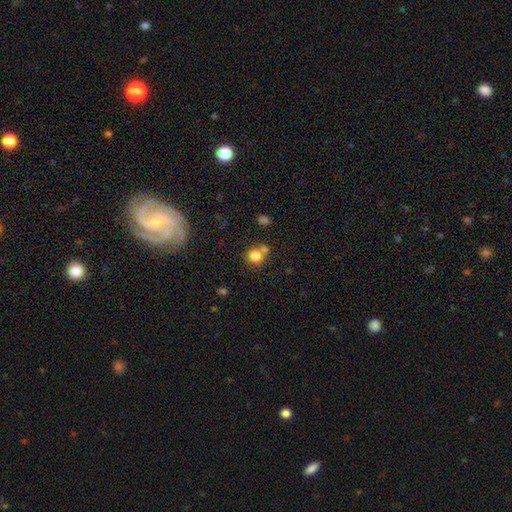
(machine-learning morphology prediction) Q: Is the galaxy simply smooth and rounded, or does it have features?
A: smooth — 80%.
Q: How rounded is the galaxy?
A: round — 86%.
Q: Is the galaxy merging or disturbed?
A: none — 57%.